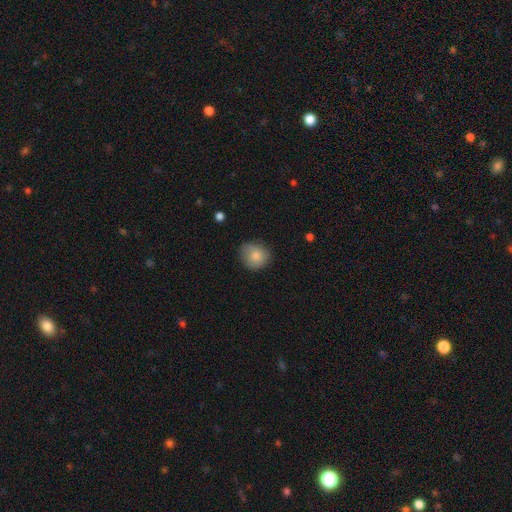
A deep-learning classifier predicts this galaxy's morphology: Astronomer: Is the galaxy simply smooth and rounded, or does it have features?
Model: smooth — 81%.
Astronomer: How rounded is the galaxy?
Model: round — 80%.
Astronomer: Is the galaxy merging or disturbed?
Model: none — 67%.